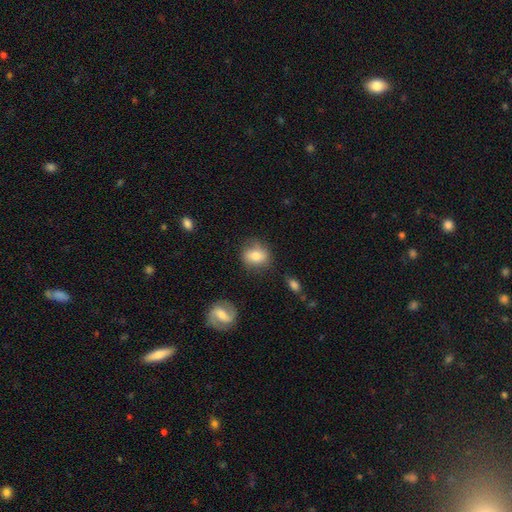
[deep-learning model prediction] Overall: smooth (74%). How rounded: round (51%; in between 47%). Merging: none (68%).